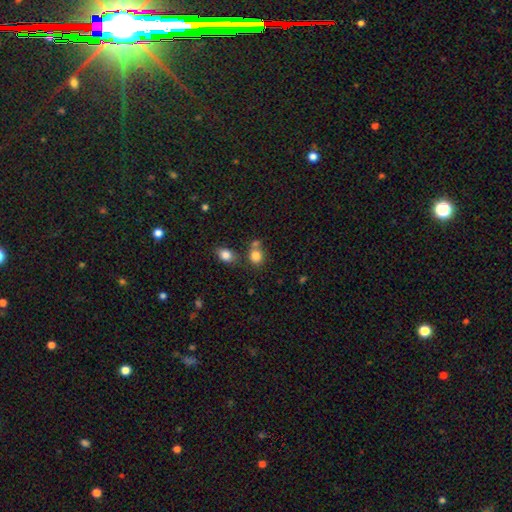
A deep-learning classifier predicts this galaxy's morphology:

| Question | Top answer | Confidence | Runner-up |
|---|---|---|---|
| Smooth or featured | smooth | 82% | star or artifact (12%) |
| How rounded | round | 73% | in between (26%) |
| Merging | none | 56% | merger (29%) |